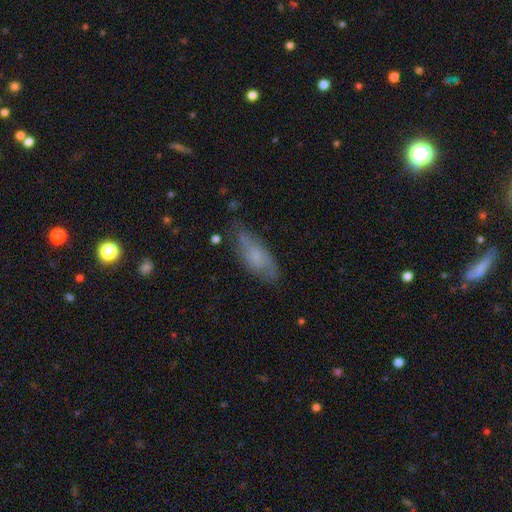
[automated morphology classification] Smooth or featured? smooth (55%)
How rounded? in between (69%)
Merging? none (63%)